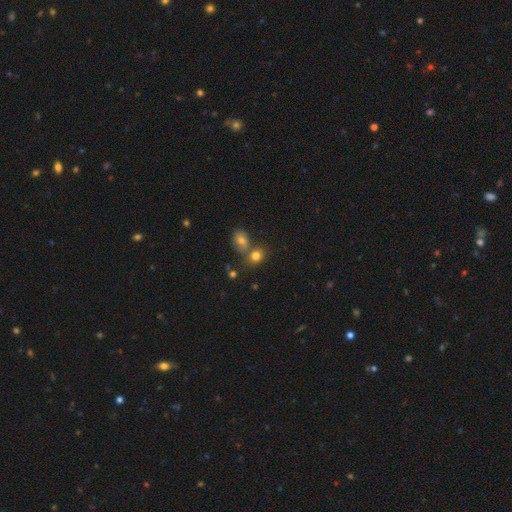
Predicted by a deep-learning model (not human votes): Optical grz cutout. It shows a smooth galaxy with no disk features (78%) that is round (54%). Merging: none (51%).